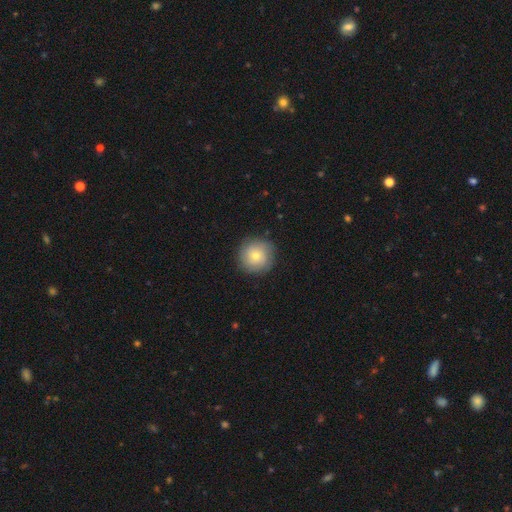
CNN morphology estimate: smooth 66%, featured or disk 25%, star or artifact 9%. Down the decision tree: how rounded — round (95%); merging — none (87%).